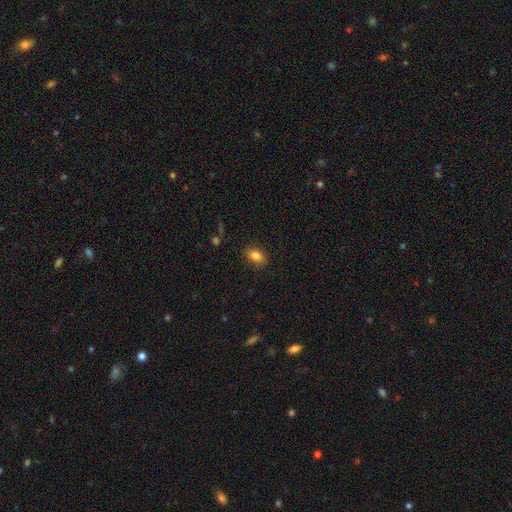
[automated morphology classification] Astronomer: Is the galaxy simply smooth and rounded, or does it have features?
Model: smooth — 85%.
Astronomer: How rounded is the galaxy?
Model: in between — 81%.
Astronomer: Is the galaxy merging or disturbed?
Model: none — 86%.